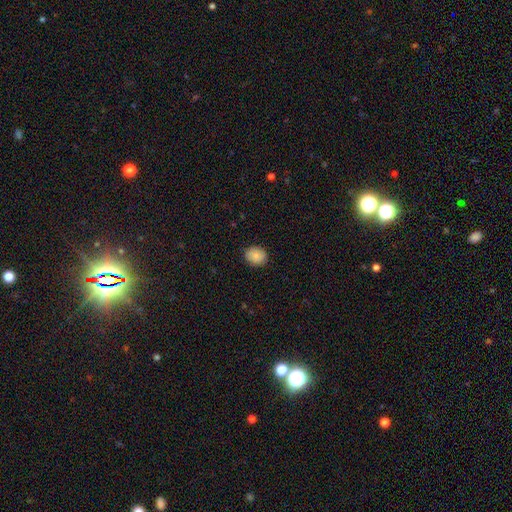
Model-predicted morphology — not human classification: Smooth or featured: smooth — 83% (featured or disk — 9%)
How rounded: round — 65% (in between — 34%)
Merging: none — 86% (minor disturbance — 11%)